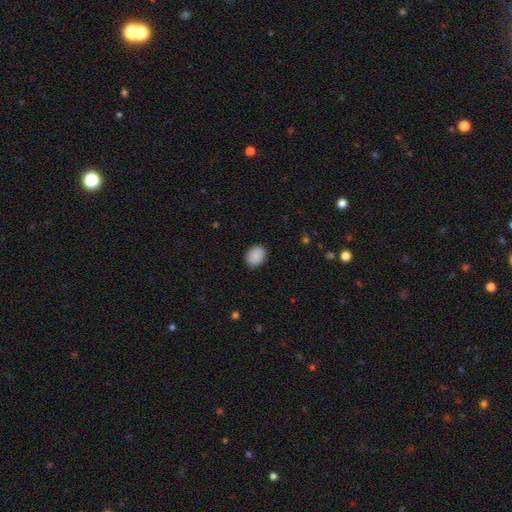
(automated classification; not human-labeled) The model was most divided on "how rounded": in between: 59%, round: 40%, cigar-shaped: 1%. More confident: smooth or featured — smooth (90%); merging — none (88%).